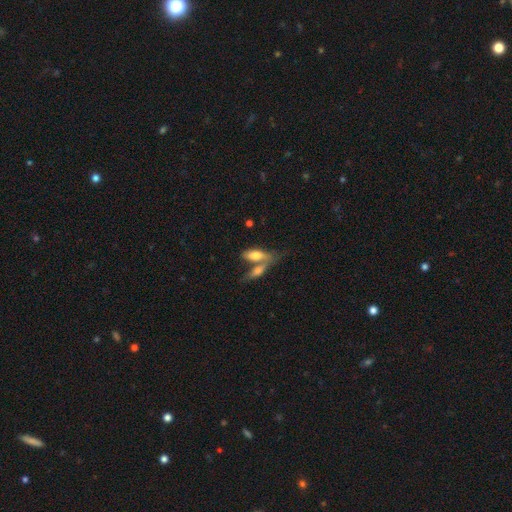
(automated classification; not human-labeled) Q: Smooth or featured?
A: smooth (65%); runner-up: featured or disk (28%)
Q: How rounded?
A: in between (70%); runner-up: cigar-shaped (27%)
Q: Merging?
A: merger (53%); runner-up: none (31%)